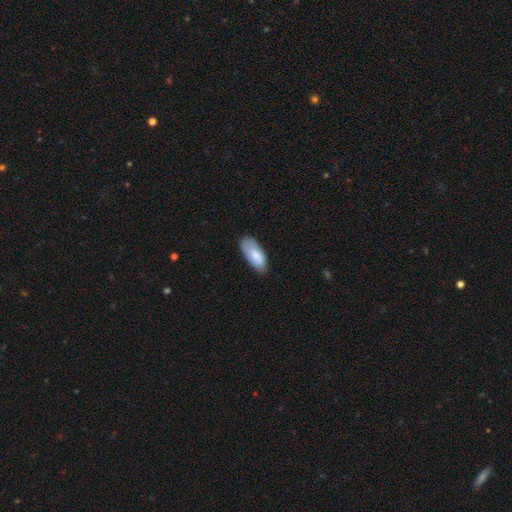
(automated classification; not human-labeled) A smooth galaxy with no disk features (77%) that is in between round and cigar-shaped (89%). Merging: none (68%).